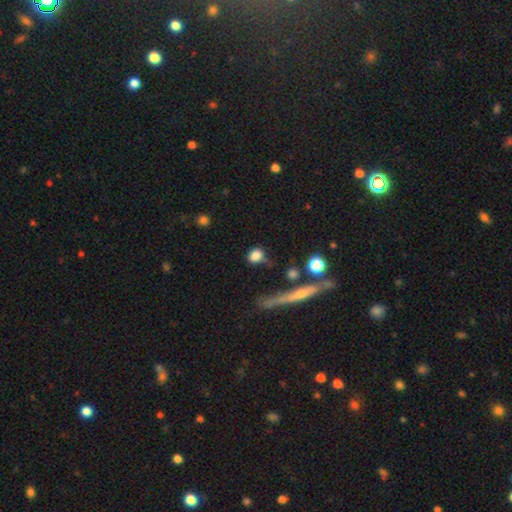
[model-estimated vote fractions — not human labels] This appears to be a smooth galaxy with no disk features (80%) that is round (55%). Merging: none (57%).